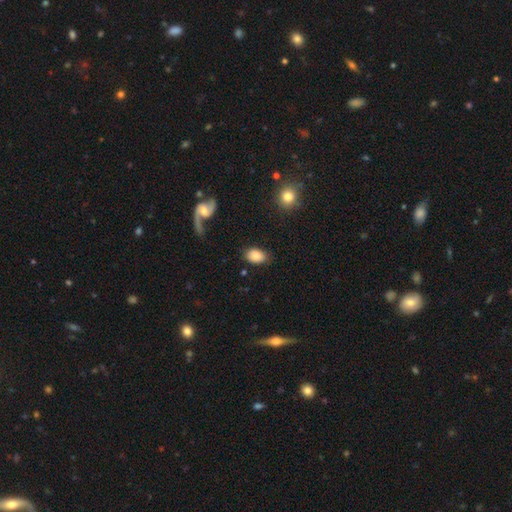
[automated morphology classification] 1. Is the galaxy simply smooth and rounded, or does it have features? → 81% smooth, 12% featured or disk, 7% star or artifact.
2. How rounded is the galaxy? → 84% in between, 15% round, 1% cigar-shaped.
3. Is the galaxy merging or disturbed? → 79% none, 14% minor disturbance, 5% major disturbance, 3% merger.